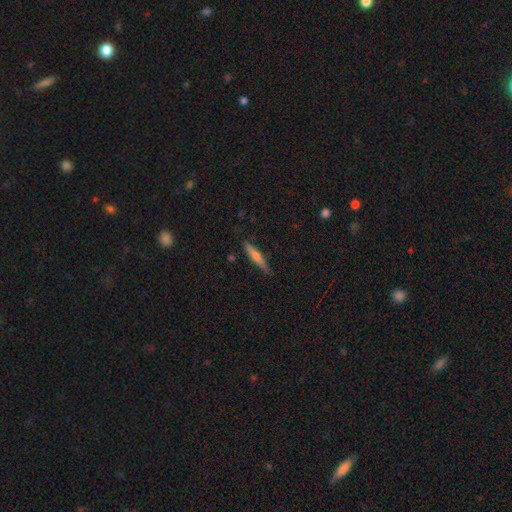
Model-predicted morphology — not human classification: This appears to be a smooth galaxy with no disk features (53%) that is cigar-shaped (91%). Merging: none (86%).